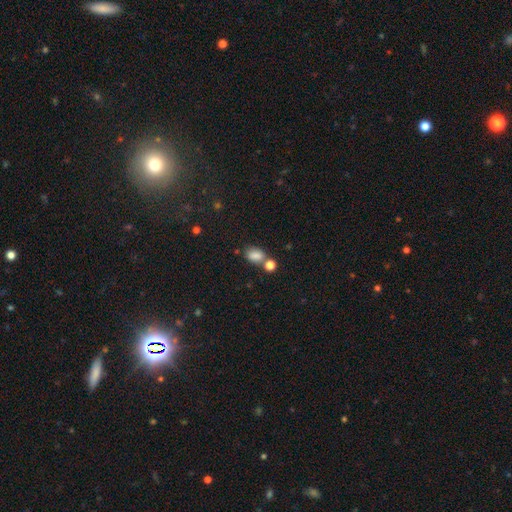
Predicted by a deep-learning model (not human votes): Smooth or featured: smooth — 82% (star or artifact — 11%)
How rounded: in between — 79% (round — 19%)
Merging: none — 51% (merger — 30%)